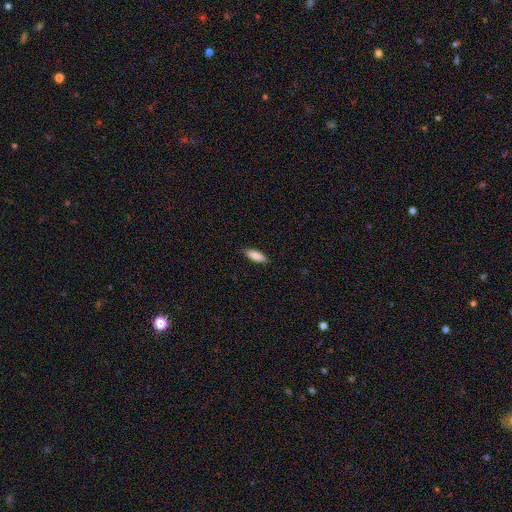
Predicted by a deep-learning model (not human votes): smooth 85%, featured or disk 9%, star or artifact 6%. Down the decision tree: how rounded — in between (61%); merging — none (86%).